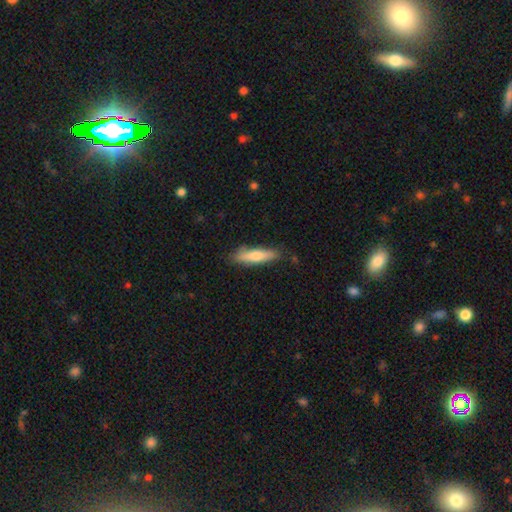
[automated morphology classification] smooth 69%, featured or disk 26%, star or artifact 5%. Down the decision tree: how rounded — cigar-shaped (78%); merging — none (82%).